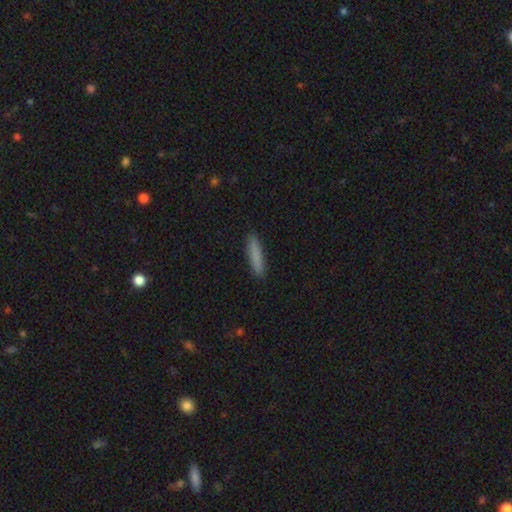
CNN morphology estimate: This is clearly a smooth galaxy (85%). How rounded: clearly cigar-shaped (87%). Merging: clearly none (90%).